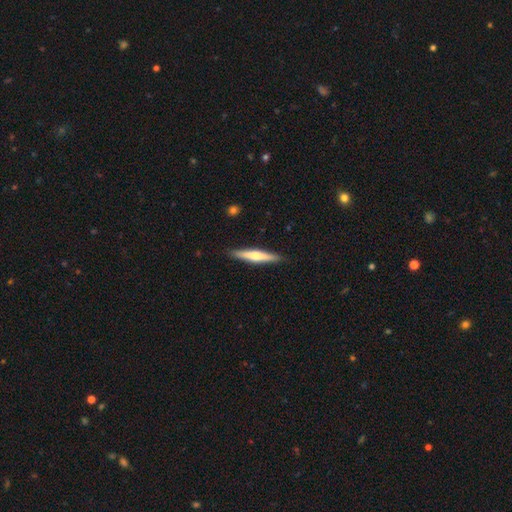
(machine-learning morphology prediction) Smooth or featured? featured or disk (52%)
Edge-on disk? yes (96%)
Edge-on bulge? rounded (79%)
Merging? none (90%)